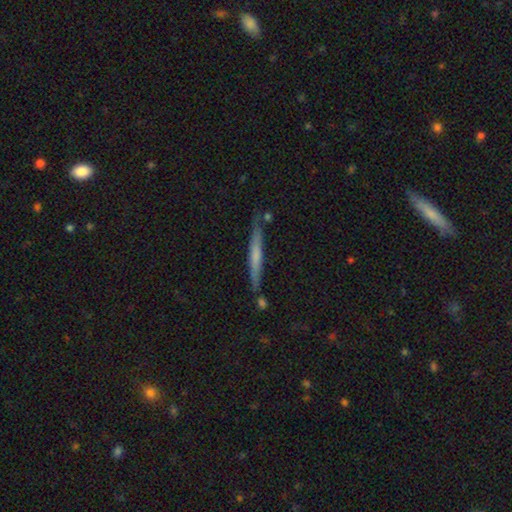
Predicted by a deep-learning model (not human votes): Smooth or featured?
  - featured or disk: 48% *
  - smooth: 46%
  - star or artifact: 6%
Merging?
  - none: 82% *
  - minor disturbance: 12%
  - merger: 4%
  - major disturbance: 2%